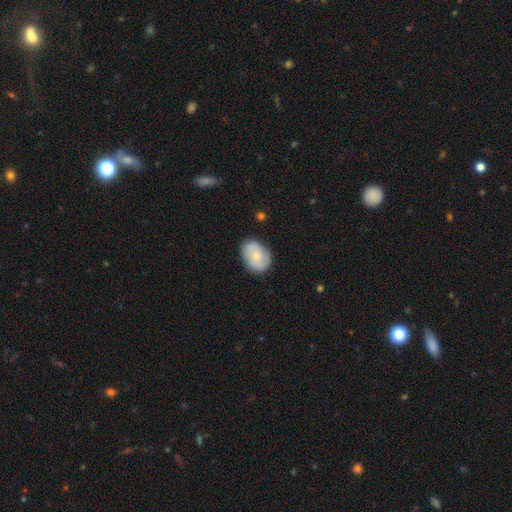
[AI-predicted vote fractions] A smooth galaxy with no disk features (59%) that is in between round and cigar-shaped (67%). Merging: none (78%).